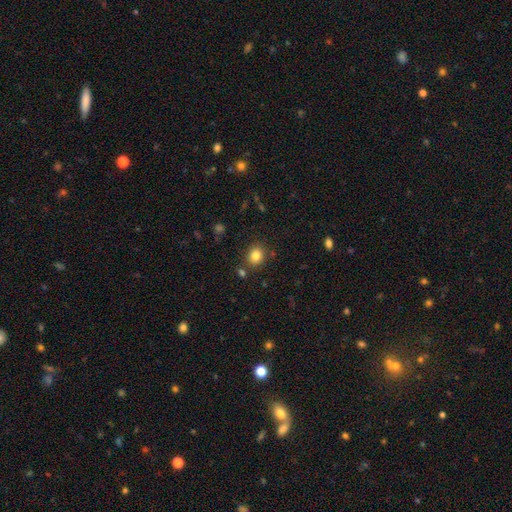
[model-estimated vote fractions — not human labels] Q: Smooth or featured?
A: smooth (83%); runner-up: star or artifact (11%)
Q: How rounded?
A: round (65%); runner-up: in between (34%)
Q: Merging?
A: none (83%); runner-up: minor disturbance (9%)